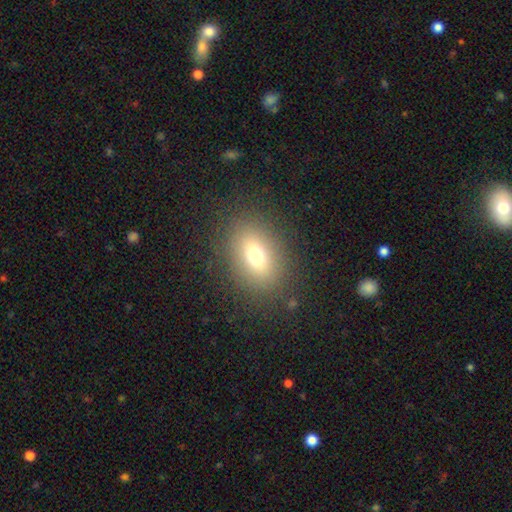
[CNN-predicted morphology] This is likely a smooth galaxy (71%). How rounded: likely in between (74%). Merging: clearly none (85%).